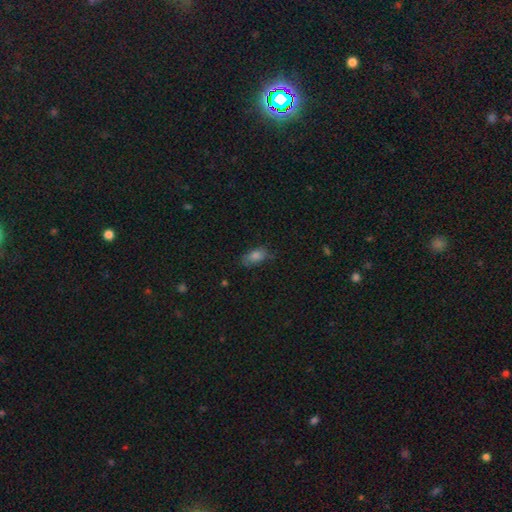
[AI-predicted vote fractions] A smooth galaxy with no disk features (77%) that is in between round and cigar-shaped (83%).

Vote fractions:
- Smooth or featured? smooth: 77% / star or artifact: 12% / featured or disk: 11%
- How rounded? in between: 83% / cigar-shaped: 11% / round: 5%
- Merging? none: 69% / minor disturbance: 23% / major disturbance: 6% / merger: 2%